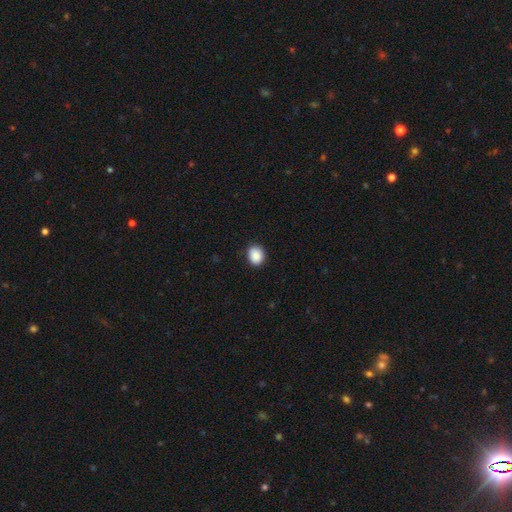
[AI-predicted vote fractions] A smooth galaxy with no disk features (89%) that is round (60%).

Vote fractions:
- Smooth or featured? smooth: 89% / star or artifact: 8% / featured or disk: 3%
- How rounded? round: 60% / in between: 39% / cigar-shaped: 1%
- Merging? none: 87% / minor disturbance: 10% / major disturbance: 2% / merger: 1%